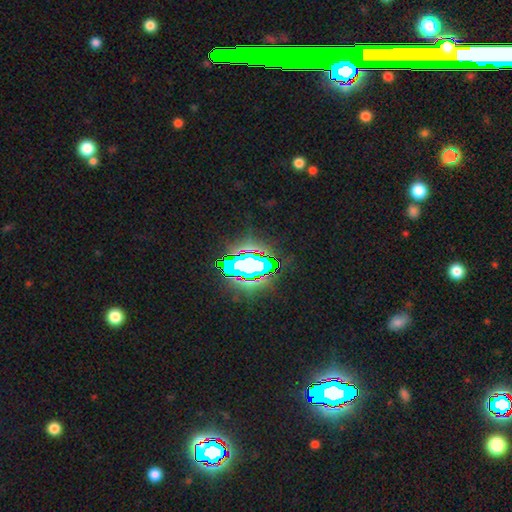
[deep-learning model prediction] Q: Smooth or featured?
A: star or artifact (63%); runner-up: featured or disk (18%)